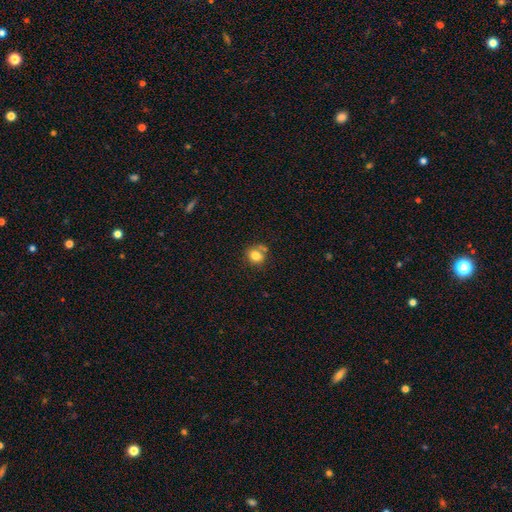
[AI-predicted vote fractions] smooth_or_featured: smooth (p=0.80) [alt: star or artifact p=0.11]
how_rounded: round (p=0.69) [alt: in between p=0.30]
merging: none (p=0.60) [alt: minor disturbance p=0.17]